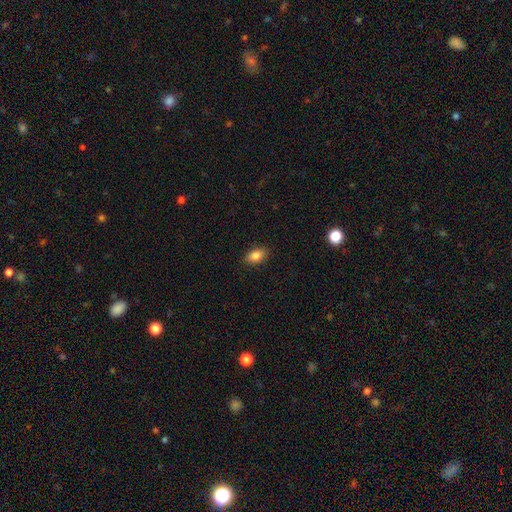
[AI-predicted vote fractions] smooth_or_featured: smooth (p=0.85) [alt: star or artifact p=0.09]
how_rounded: in between (p=0.87) [alt: round p=0.10]
merging: none (p=0.89) [alt: minor disturbance p=0.08]